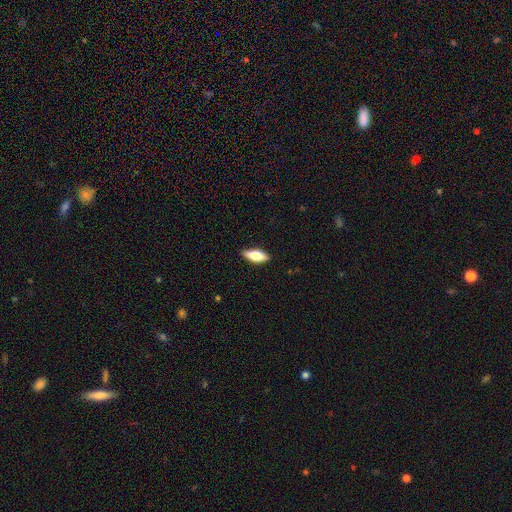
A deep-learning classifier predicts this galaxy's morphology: Smooth or featured? Predicted: smooth (p=0.64). How rounded? Predicted: in between (p=0.73). Merging? Predicted: none (p=0.87).